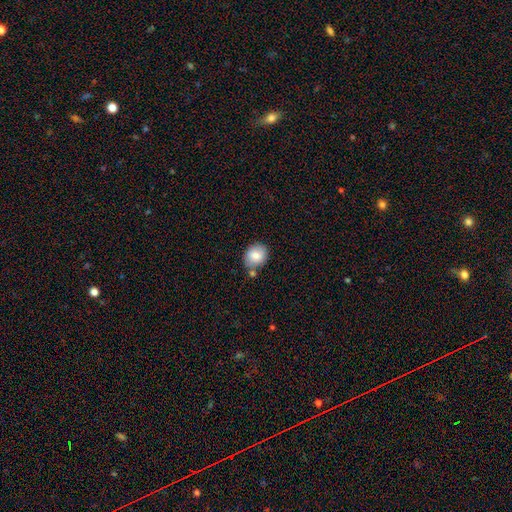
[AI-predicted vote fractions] Smooth or featured? smooth (80%)
How rounded? round (57%)
Merging? none (71%)